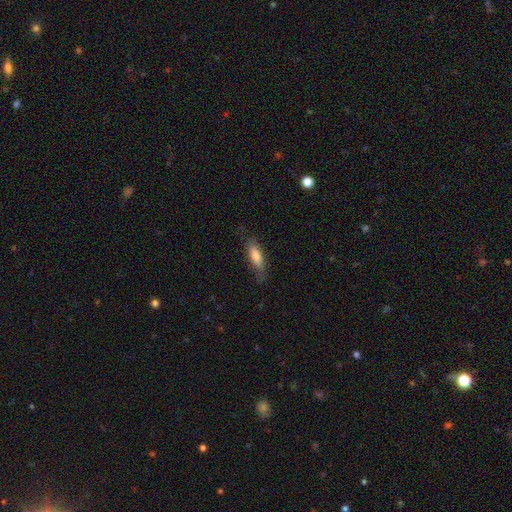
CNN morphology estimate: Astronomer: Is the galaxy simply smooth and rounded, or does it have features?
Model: smooth — 72%.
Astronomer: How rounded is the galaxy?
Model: cigar-shaped — 53% (runner-up: in between, 45%).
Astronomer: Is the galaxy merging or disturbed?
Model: none — 66%.